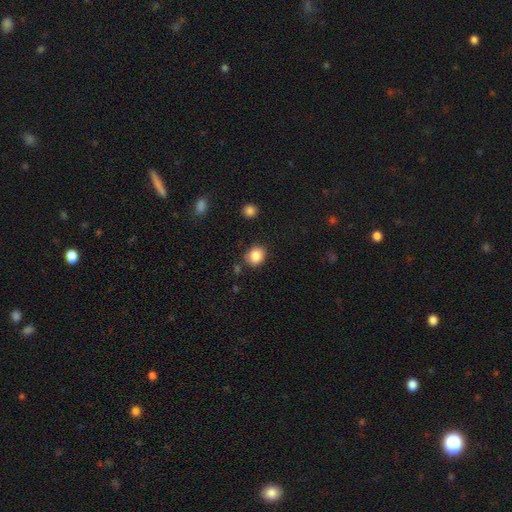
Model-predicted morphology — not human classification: This appears to be a smooth galaxy with no disk features (85%) that is round (71%). Merging: none (81%).